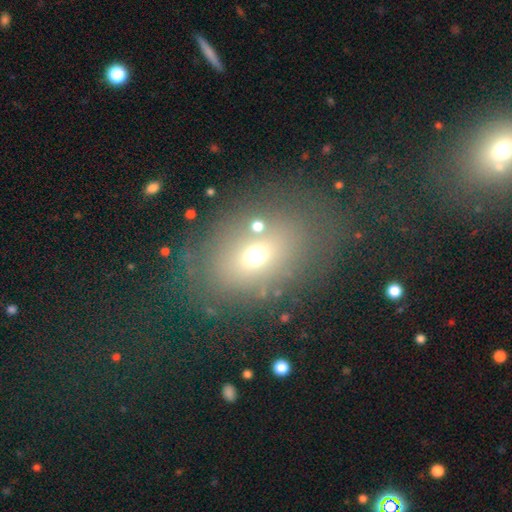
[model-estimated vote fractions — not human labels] This is likely a smooth galaxy (62%). How rounded: likely in between (63%). Merging: likely none (67%).